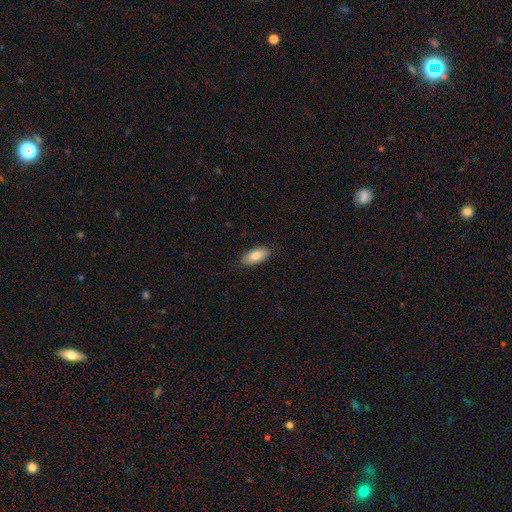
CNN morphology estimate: Smooth or featured? Predicted: smooth (p=0.84). How rounded? Predicted: in between (p=0.90). Merging? Predicted: none (p=0.86).